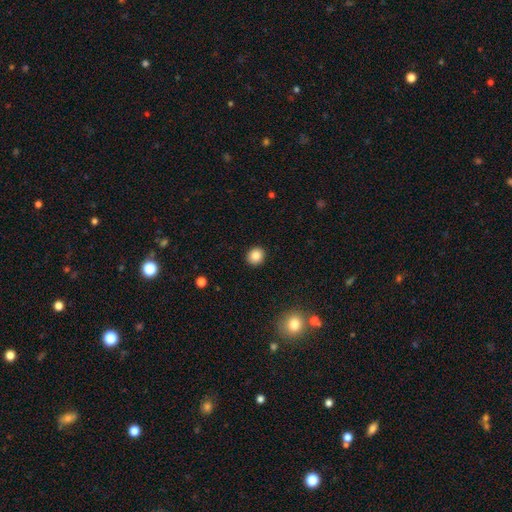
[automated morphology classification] type=smooth (87%); roundness=round (82%); merging=none (92%).